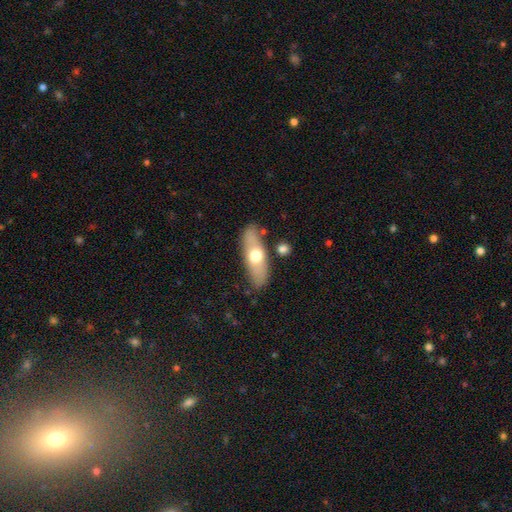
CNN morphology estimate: The model was most divided on "how rounded": in between: 55%, cigar-shaped: 42%, round: 3%. More confident: merging — none (80%); smooth or featured — smooth (58%).